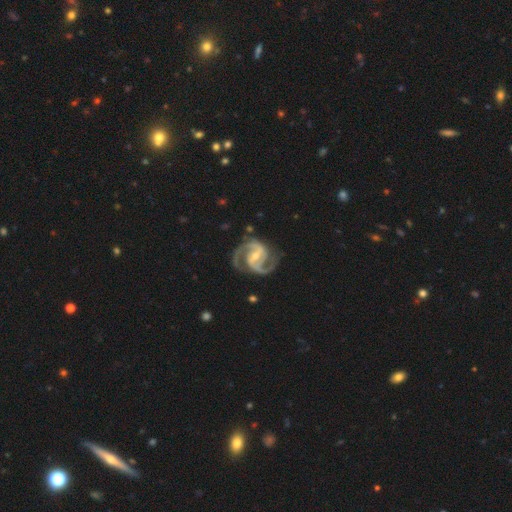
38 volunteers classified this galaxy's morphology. Smooth or featured? featured or disk (92%)
Edge-on disk? no (100%)
Bar? strong (49%)
Spiral arms? yes (100%)
Spiral winding? medium (71%)
Spiral arm count? 2 (94%)
Bulge size? moderate (54%)
Merging? none (73%)